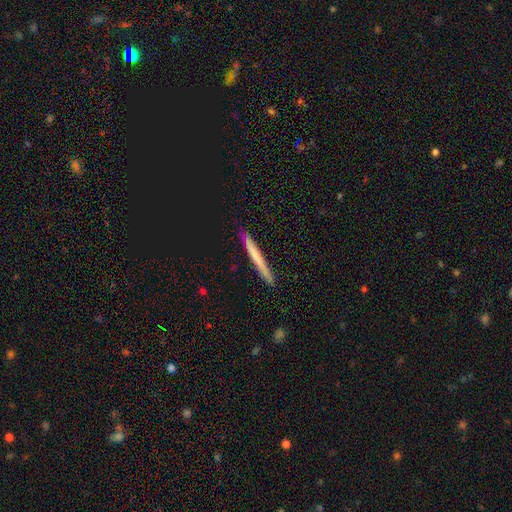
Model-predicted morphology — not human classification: Smooth or featured? smooth (59%)
How rounded? cigar-shaped (97%)
Merging? none (91%)